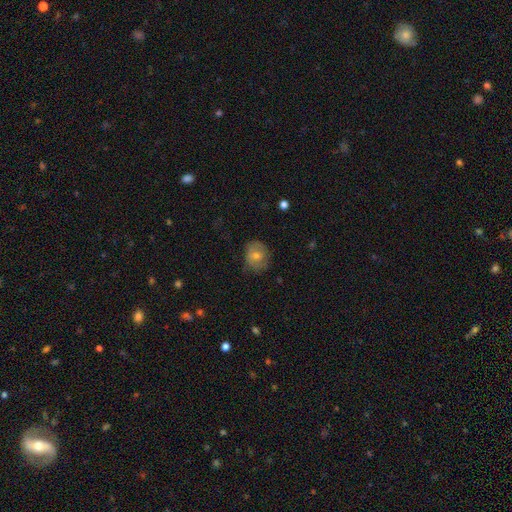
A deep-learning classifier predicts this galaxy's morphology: Smooth or featured? Predicted: smooth (p=0.55). How rounded? Predicted: round (p=0.69). Merging? Predicted: none (p=0.75).